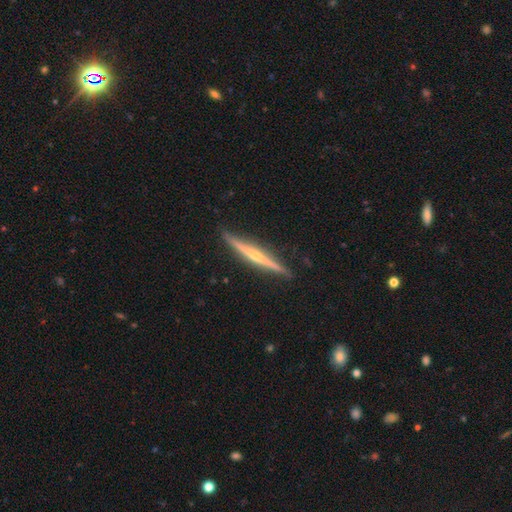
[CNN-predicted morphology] Smooth or featured?
  - featured or disk: 78% *
  - smooth: 17%
  - star or artifact: 5%
Edge-on disk?
  - yes: 98% *
  - no: 2%
Edge-on bulge?
  - rounded: 70% *
  - none: 25%
  - boxy: 5%
Merging?
  - none: 90% *
  - minor disturbance: 8%
  - major disturbance: 1%
  - merger: 1%